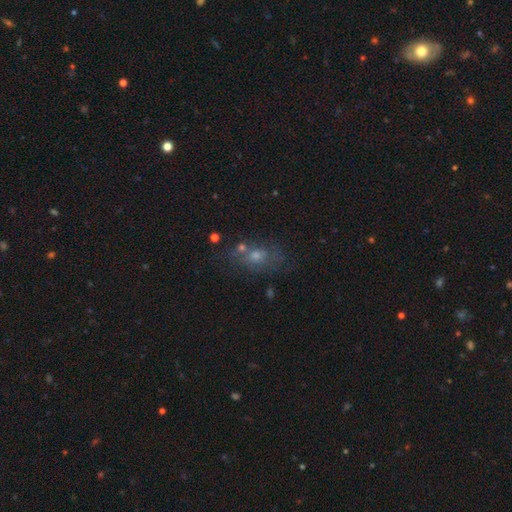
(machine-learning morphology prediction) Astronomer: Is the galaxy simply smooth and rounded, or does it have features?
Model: smooth — 43% (runner-up: star or artifact, 30%).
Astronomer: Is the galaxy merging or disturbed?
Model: none — 59%.